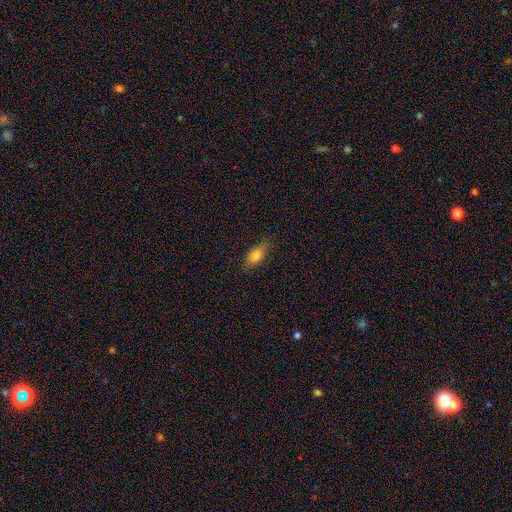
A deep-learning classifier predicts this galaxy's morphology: Smooth or featured?
  - smooth: 78% *
  - featured or disk: 13%
  - star or artifact: 9%
How rounded?
  - in between: 81% *
  - round: 10%
  - cigar-shaped: 9%
Merging?
  - none: 69% *
  - minor disturbance: 24%
  - major disturbance: 6%
  - merger: 1%